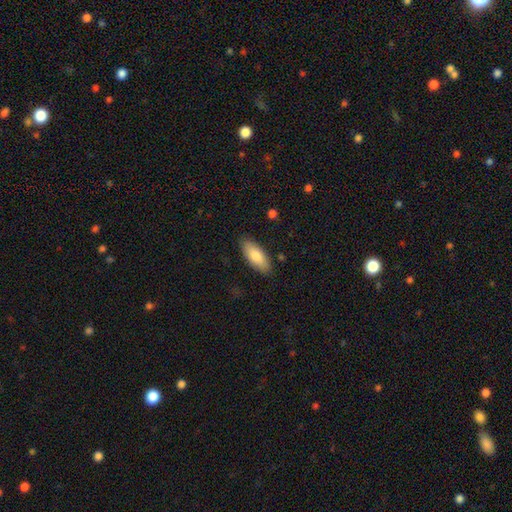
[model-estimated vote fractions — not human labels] smooth 81%, featured or disk 13%, star or artifact 6%. Down the decision tree: how rounded — in between (79%); merging — none (86%).